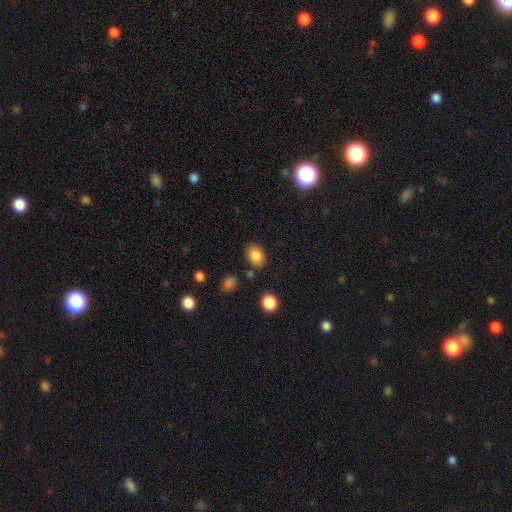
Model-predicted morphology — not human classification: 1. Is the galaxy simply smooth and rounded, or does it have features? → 85% smooth, 9% star or artifact, 5% featured or disk.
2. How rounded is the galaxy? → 69% in between, 30% round, 1% cigar-shaped.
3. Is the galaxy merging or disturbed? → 79% none, 13% minor disturbance, 5% merger, 4% major disturbance.